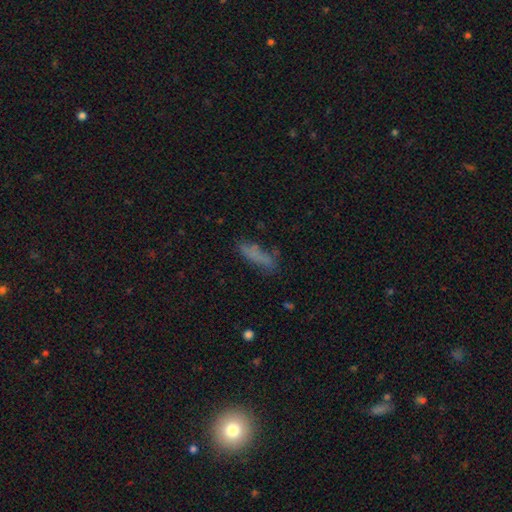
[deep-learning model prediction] Q: Smooth or featured?
A: smooth (72%); runner-up: featured or disk (16%)
Q: How rounded?
A: cigar-shaped (73%); runner-up: in between (25%)
Q: Merging?
A: none (66%); runner-up: minor disturbance (21%)